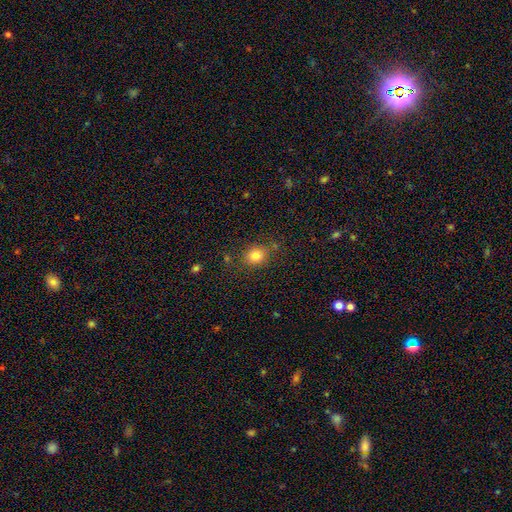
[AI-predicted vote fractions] Smooth or featured? Predicted: smooth (p=0.81). How rounded? Predicted: round (p=0.72). Merging? Predicted: none (p=0.79).